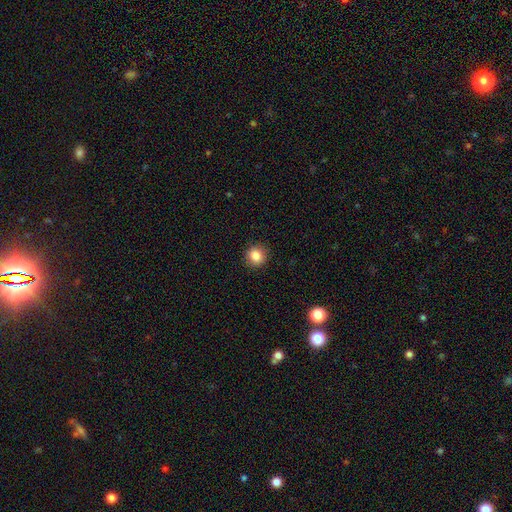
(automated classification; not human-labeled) A smooth galaxy with no disk features (85%) that is round (92%).

Vote fractions:
- Smooth or featured? smooth: 85% / star or artifact: 10% / featured or disk: 5%
- How rounded? round: 92% / in between: 7% / cigar-shaped: 1%
- Merging? none: 92% / minor disturbance: 5% / major disturbance: 2% / merger: 1%